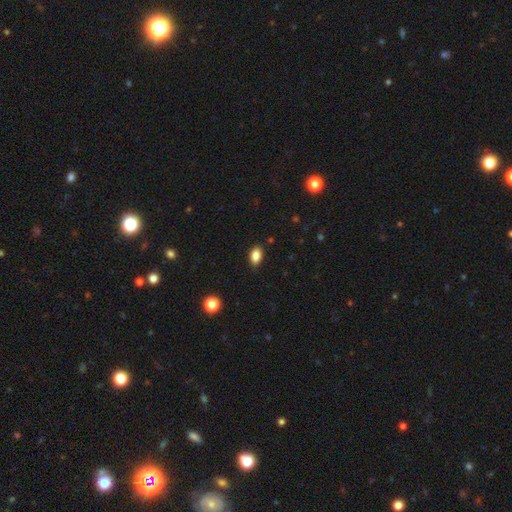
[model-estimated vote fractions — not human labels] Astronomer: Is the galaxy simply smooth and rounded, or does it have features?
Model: smooth — 86%.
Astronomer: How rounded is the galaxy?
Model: in between — 90%.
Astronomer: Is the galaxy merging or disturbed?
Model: none — 88%.